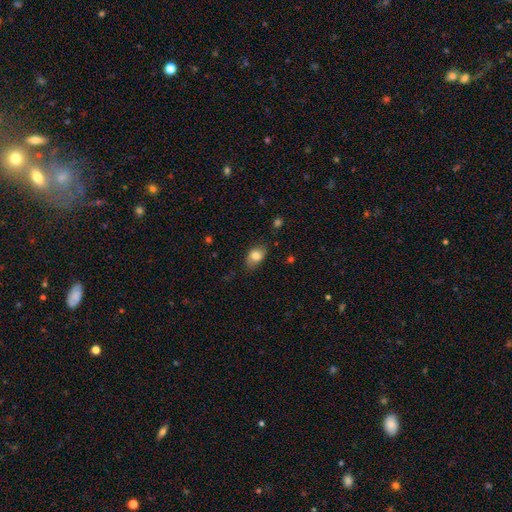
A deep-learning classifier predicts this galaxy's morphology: Q: Smooth or featured?
A: smooth (80%); runner-up: featured or disk (13%)
Q: How rounded?
A: in between (84%); runner-up: round (15%)
Q: Merging?
A: none (74%); runner-up: minor disturbance (21%)